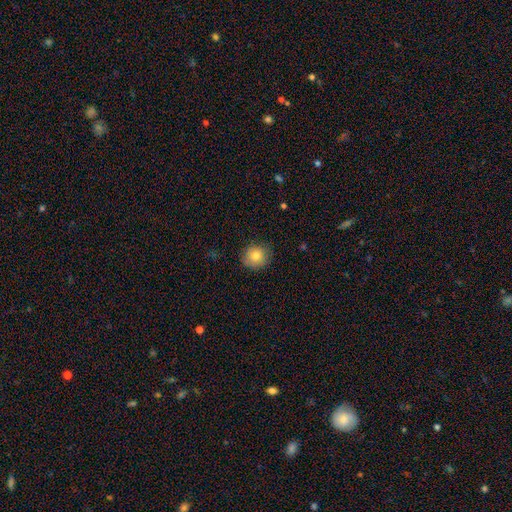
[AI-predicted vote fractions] smooth-or-featured: smooth: 80% | featured or disk: 10% | star or artifact: 10%
  how-rounded: round: 85% | in between: 14% | cigar-shaped: 1%
  merging: none: 84% | minor disturbance: 13% | major disturbance: 3% | merger: 1%